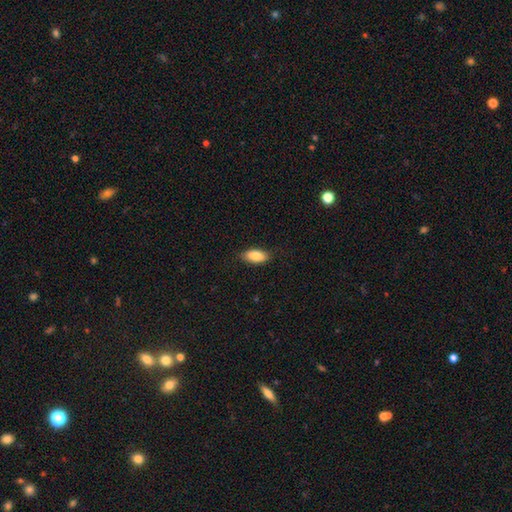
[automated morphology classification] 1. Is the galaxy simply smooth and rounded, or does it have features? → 84% smooth, 9% featured or disk, 7% star or artifact.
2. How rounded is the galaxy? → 90% in between, 8% cigar-shaped, 3% round.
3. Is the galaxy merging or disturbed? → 85% none, 12% minor disturbance, 2% major disturbance, 1% merger.